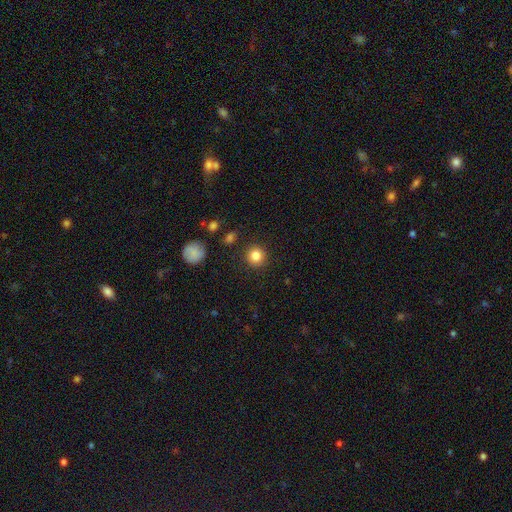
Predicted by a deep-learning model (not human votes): This appears to be a smooth galaxy with no disk features (84%) that is round (93%). Merging: none (90%).